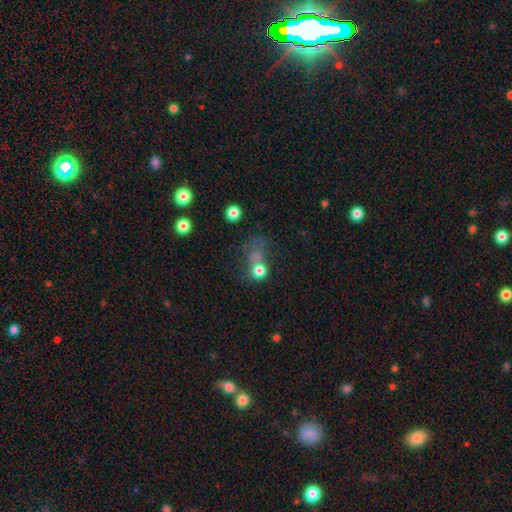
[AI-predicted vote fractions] smooth_or_featured: smooth (p=0.55) [alt: star or artifact p=0.28]
how_rounded: round (p=0.62) [alt: in between p=0.35]
merging: none (p=0.35) [alt: major disturbance p=0.28]